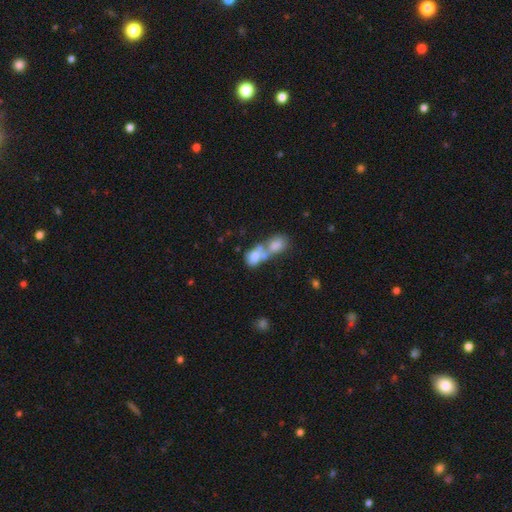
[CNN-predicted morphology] Smooth or featured?
  - smooth: 68% *
  - featured or disk: 23%
  - star or artifact: 9%
How rounded?
  - in between: 76% *
  - round: 20%
  - cigar-shaped: 4%
Merging?
  - merger: 78% *
  - none: 12%
  - minor disturbance: 5%
  - major disturbance: 5%